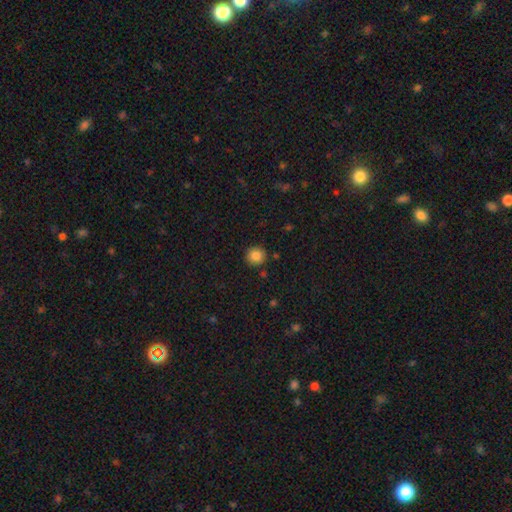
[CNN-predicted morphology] A smooth galaxy with no disk features (85%) that is round (93%). Merging: none (89%).